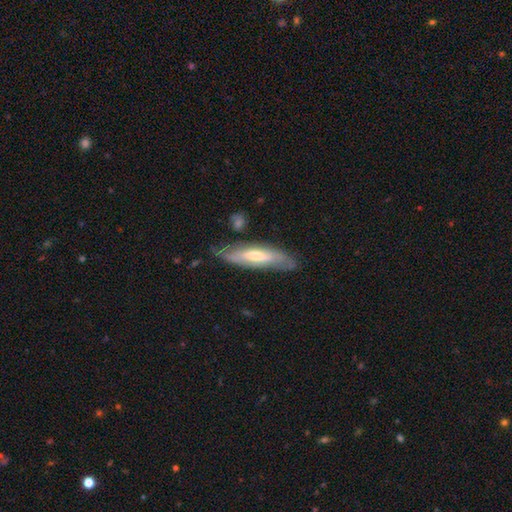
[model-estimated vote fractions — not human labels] Q: Smooth or featured?
A: featured or disk (58%); runner-up: smooth (37%)
Q: Edge-on disk?
A: no (50%); tied with: yes (50%)
Q: Merging?
A: none (71%); runner-up: minor disturbance (21%)